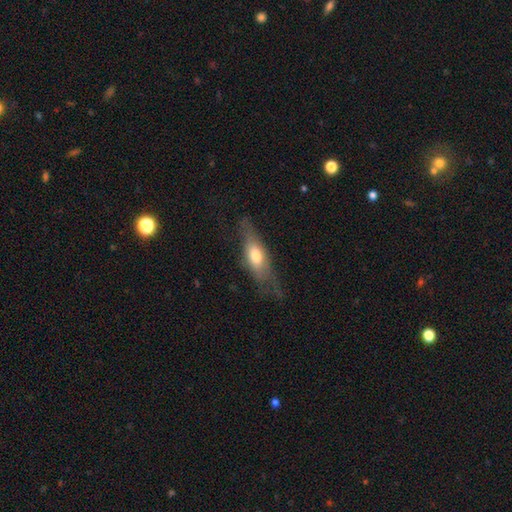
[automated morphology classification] A smooth galaxy with no disk features (58%) that is in between round and cigar-shaped (58%).

Vote fractions:
- Smooth or featured? smooth: 58% / featured or disk: 35% / star or artifact: 7%
- How rounded? in between: 58% / cigar-shaped: 38% / round: 4%
- Merging? none: 59% / minor disturbance: 25% / major disturbance: 14% / merger: 2%